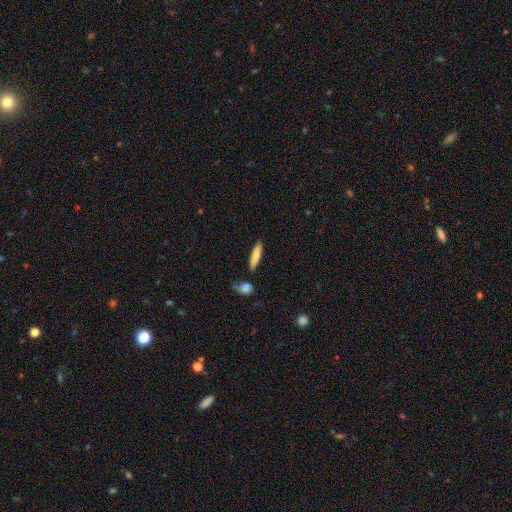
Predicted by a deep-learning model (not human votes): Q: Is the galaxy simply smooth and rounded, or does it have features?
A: smooth — 78%.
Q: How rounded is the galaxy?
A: cigar-shaped — 76%.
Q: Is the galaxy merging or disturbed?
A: none — 82%.